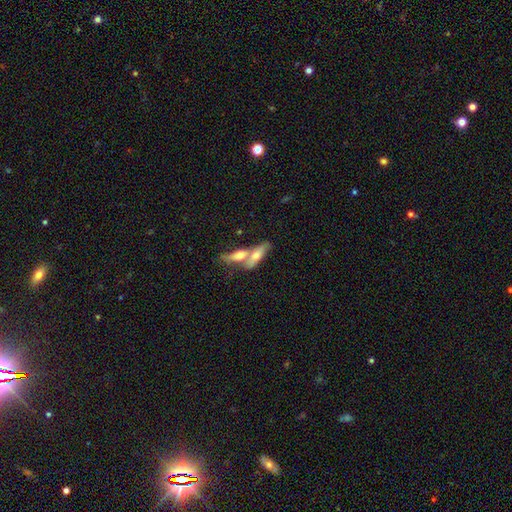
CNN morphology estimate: smooth_or_featured: smooth (p=0.52) [alt: featured or disk p=0.41]
how_rounded: cigar-shaped (p=0.49) [alt: in between p=0.47]
merging: merger (p=0.63) [alt: none p=0.26]